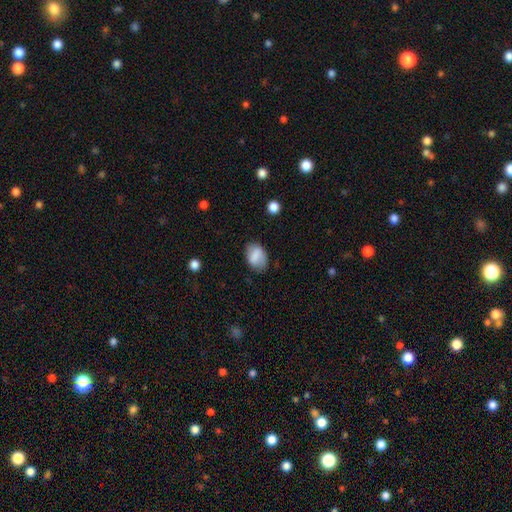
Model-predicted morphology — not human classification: type=smooth (76%); roundness=in between (81%); merging=none (73%).